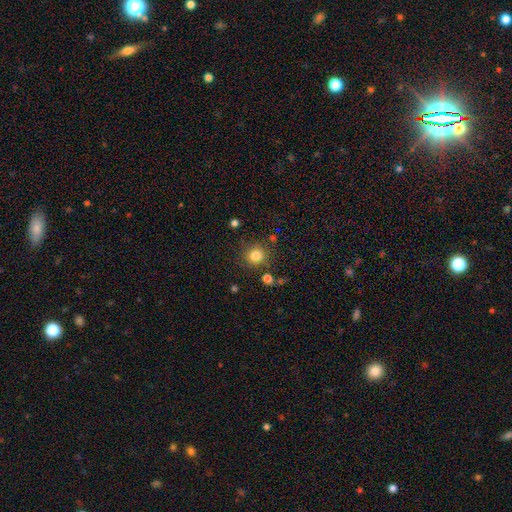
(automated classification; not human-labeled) smooth 82%, star or artifact 12%, featured or disk 6%. Down the decision tree: how rounded — round (91%); merging — none (81%).